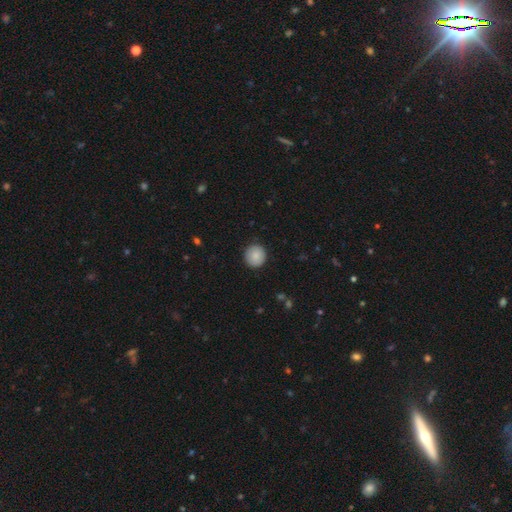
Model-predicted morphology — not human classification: smooth 87%, star or artifact 7%, featured or disk 6%. Down the decision tree: how rounded — round (91%); merging — none (90%).